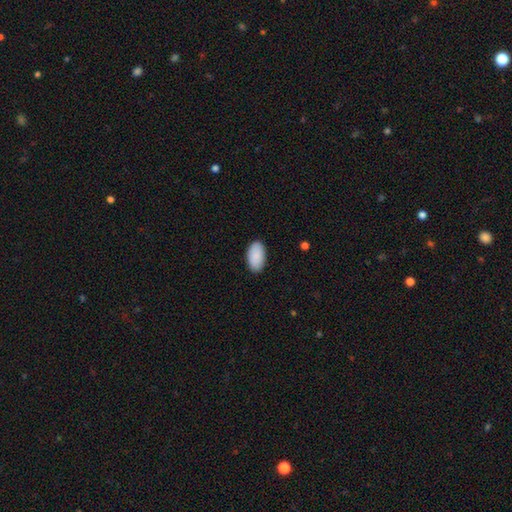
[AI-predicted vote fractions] smooth 91%, star or artifact 6%, featured or disk 3%. Down the decision tree: how rounded — in between (96%); merging — none (88%).